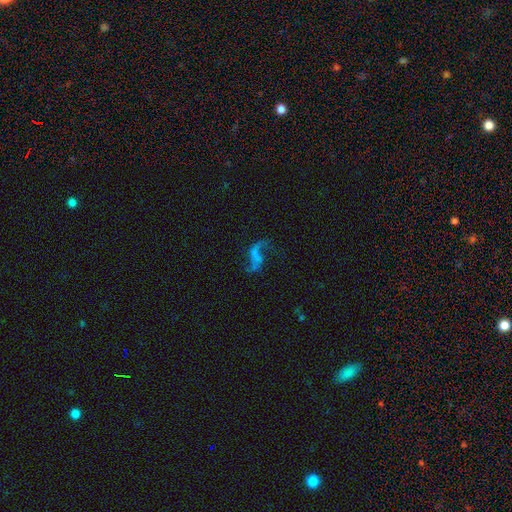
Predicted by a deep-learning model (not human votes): This is likely a featured or disk galaxy (80%). It is clearly not viewed edge-on (97%). Bar: possibly no (46%). Spiral arm pattern: clearly yes (90%). Spiral arm count: clearly 2 (88%). Spiral winding: clearly loose (92%). Central bulge: likely none (67%). Merging: possibly none (59%).